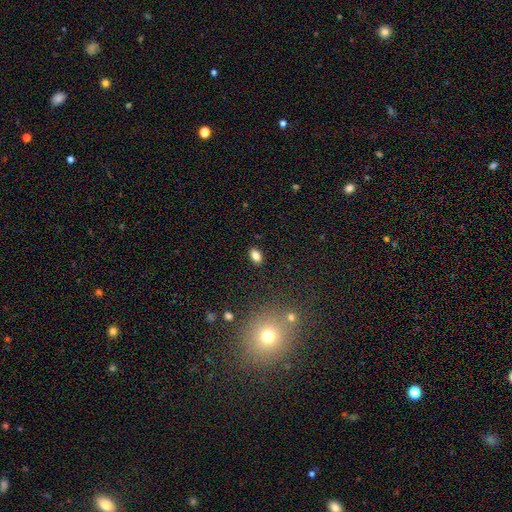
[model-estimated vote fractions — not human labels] A smooth galaxy with no disk features (83%) that is in between round and cigar-shaped (88%). Merging: none (87%).